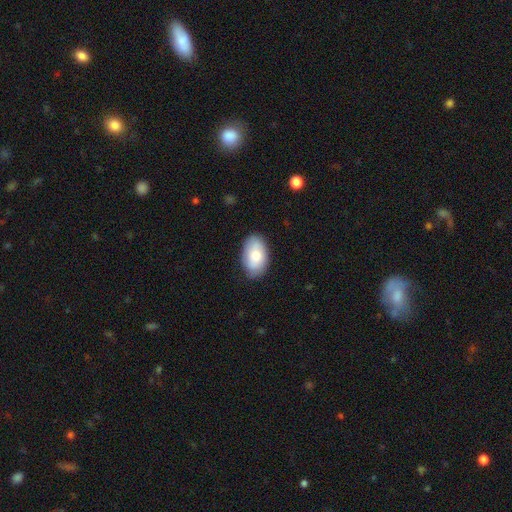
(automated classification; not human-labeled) Morphology: type=smooth (74%); roundness=in between (92%); merging=none (82%).